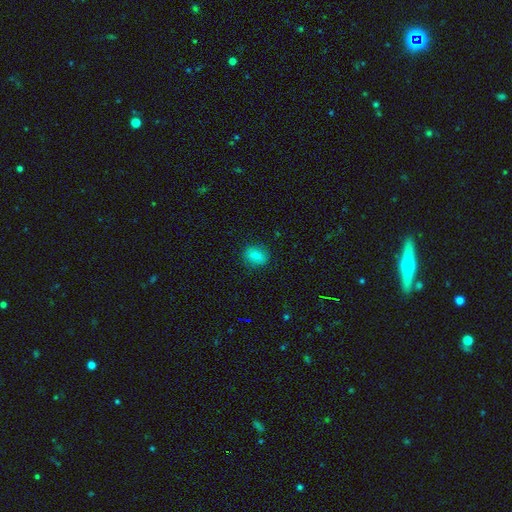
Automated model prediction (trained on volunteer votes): A smooth galaxy with no disk features (82%) that is in between round and cigar-shaped (50%).

Vote fractions:
- Smooth or featured? smooth: 82% / star or artifact: 10% / featured or disk: 7%
- How rounded? in between: 50% / round: 48% / cigar-shaped: 2%
- Merging? none: 85% / minor disturbance: 11% / major disturbance: 3% / merger: 1%